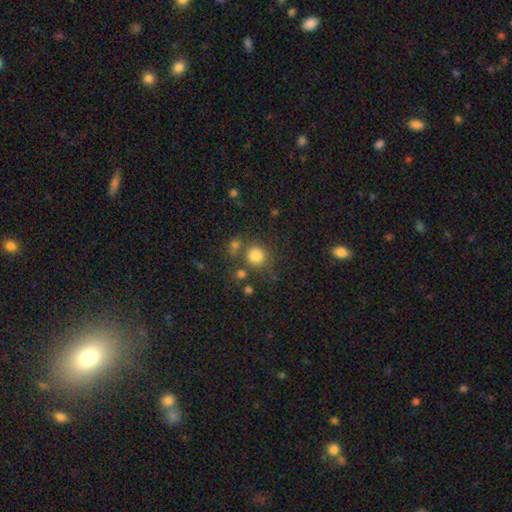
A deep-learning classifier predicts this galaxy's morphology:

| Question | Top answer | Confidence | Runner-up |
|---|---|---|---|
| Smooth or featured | smooth | 81% | star or artifact (13%) |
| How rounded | round | 90% | in between (10%) |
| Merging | none | 72% | merger (13%) |